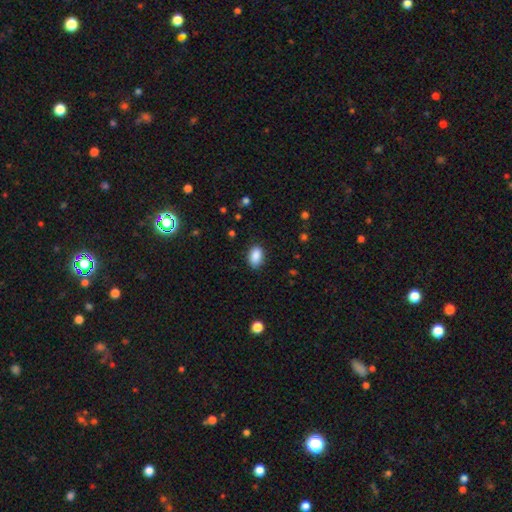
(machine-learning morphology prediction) A smooth galaxy with no disk features (89%) that is in between round and cigar-shaped (90%).

Vote fractions:
- Smooth or featured? smooth: 89% / star or artifact: 8% / featured or disk: 3%
- How rounded? in between: 90% / round: 9% / cigar-shaped: 1%
- Merging? none: 86% / minor disturbance: 11% / major disturbance: 3% / merger: 1%